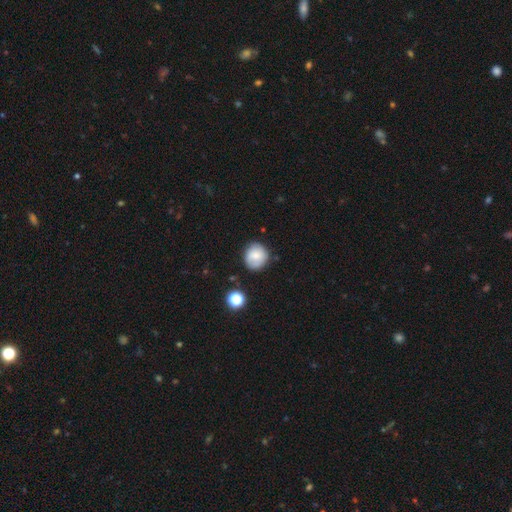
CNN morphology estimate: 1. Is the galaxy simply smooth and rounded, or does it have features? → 74% smooth, 16% featured or disk, 10% star or artifact.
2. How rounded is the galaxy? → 84% round, 15% in between, 1% cigar-shaped.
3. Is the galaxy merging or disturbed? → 76% none, 17% minor disturbance, 4% major disturbance, 3% merger.